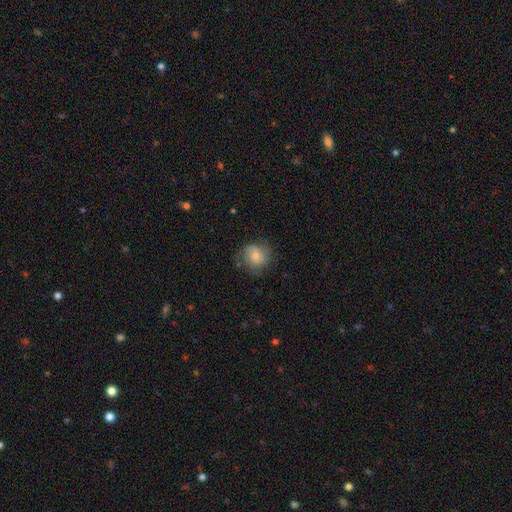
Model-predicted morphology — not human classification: This appears to be a smooth galaxy with no disk features (57%) that is round (81%). Merging: none (65%).